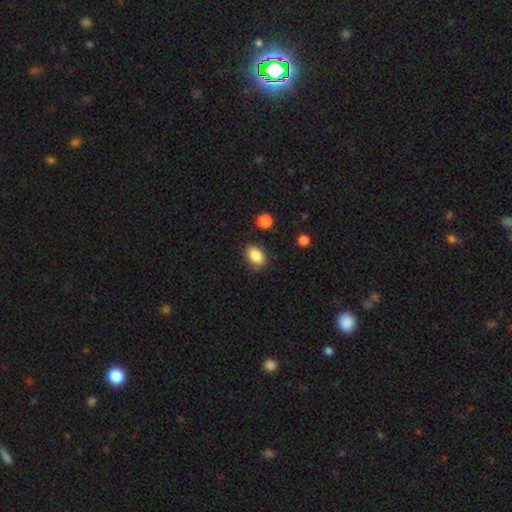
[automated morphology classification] Overall: smooth (86%). How rounded: in between (77%). Merging: none (80%).